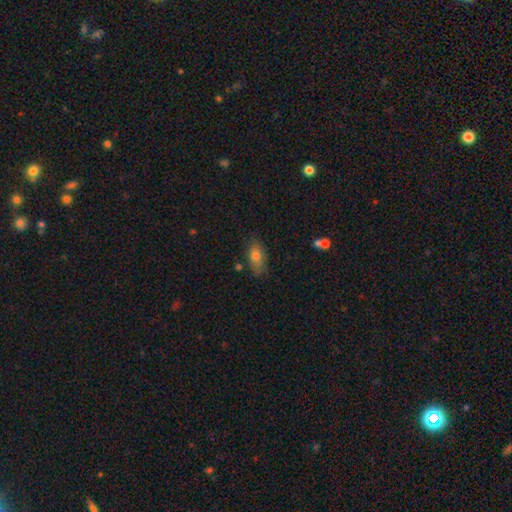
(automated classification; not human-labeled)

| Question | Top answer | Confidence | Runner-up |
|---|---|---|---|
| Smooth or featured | smooth | 76% | featured or disk (15%) |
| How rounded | in between | 87% | round (7%) |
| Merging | none | 70% | minor disturbance (21%) |